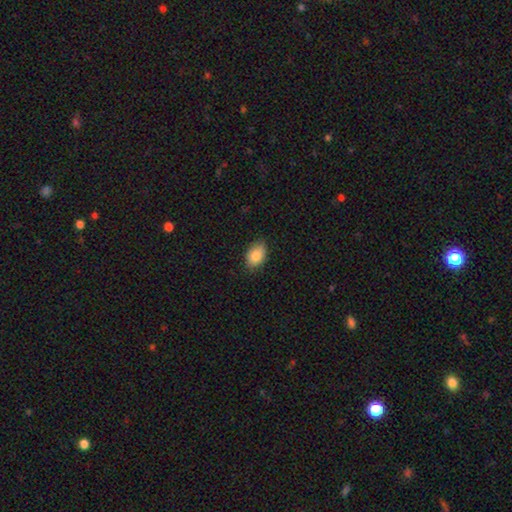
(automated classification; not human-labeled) A smooth galaxy with no disk features (85%) that is in between round and cigar-shaped (84%).

Vote fractions:
- Smooth or featured? smooth: 85% / star or artifact: 8% / featured or disk: 7%
- How rounded? in between: 84% / round: 15% / cigar-shaped: 1%
- Merging? none: 78% / minor disturbance: 18% / major disturbance: 3% / merger: 1%